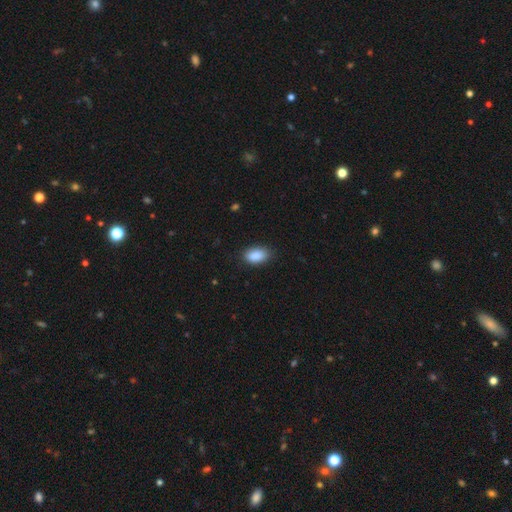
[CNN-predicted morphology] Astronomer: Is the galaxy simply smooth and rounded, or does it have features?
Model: smooth — 89%.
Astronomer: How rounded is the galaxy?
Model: in between — 92%.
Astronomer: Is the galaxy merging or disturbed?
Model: none — 82%.